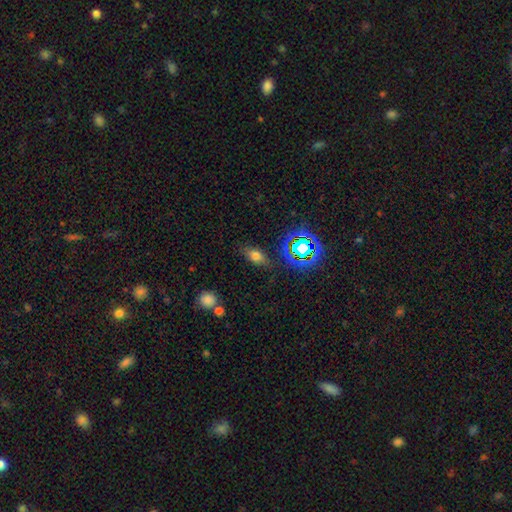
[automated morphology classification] Smooth or featured: smooth — 66% (star or artifact — 21%)
How rounded: in between — 81% (round — 11%)
Merging: none — 81% (minor disturbance — 12%)